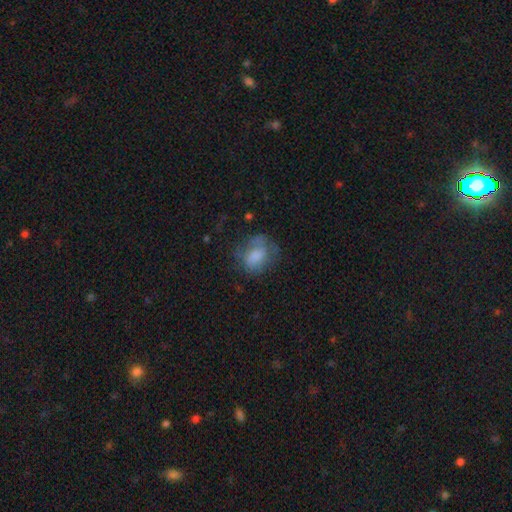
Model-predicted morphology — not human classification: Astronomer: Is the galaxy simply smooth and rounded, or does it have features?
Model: smooth — 66%.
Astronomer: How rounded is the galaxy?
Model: in between — 61% (runner-up: round, 38%).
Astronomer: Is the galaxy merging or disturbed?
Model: none — 49% (runner-up: minor disturbance, 27%).